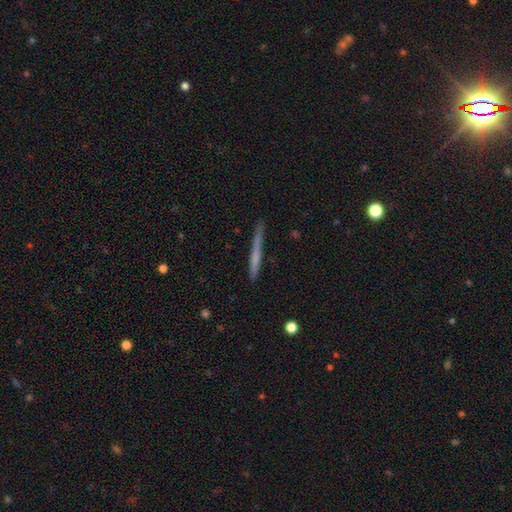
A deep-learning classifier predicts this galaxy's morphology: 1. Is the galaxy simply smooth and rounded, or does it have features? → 55% smooth, 39% featured or disk, 7% star or artifact.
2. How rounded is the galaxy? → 97% cigar-shaped, 2% in between, 2% round.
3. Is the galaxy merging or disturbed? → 85% none, 12% minor disturbance, 2% major disturbance, 2% merger.